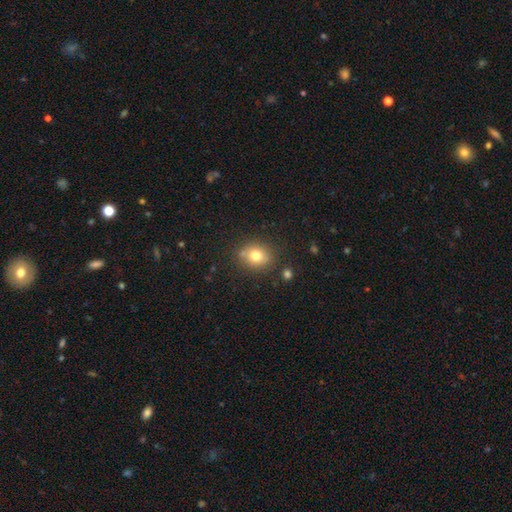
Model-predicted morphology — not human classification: This appears to be a smooth galaxy with no disk features (75%) that is round (64%). Merging: none (78%).